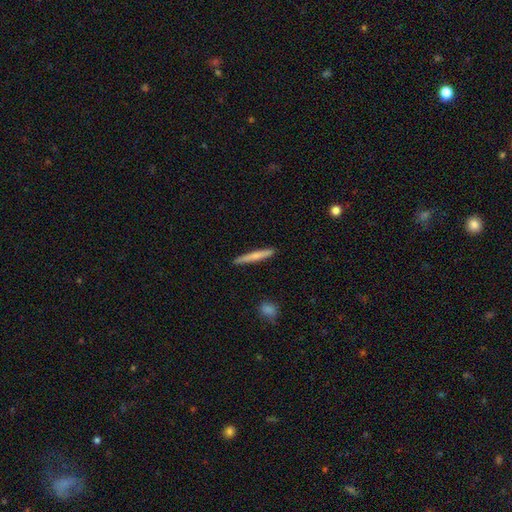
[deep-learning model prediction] The model was most divided on "smooth or featured": smooth: 64%, featured or disk: 30%, star or artifact: 6%. More confident: how rounded — cigar-shaped (95%); merging — none (89%).